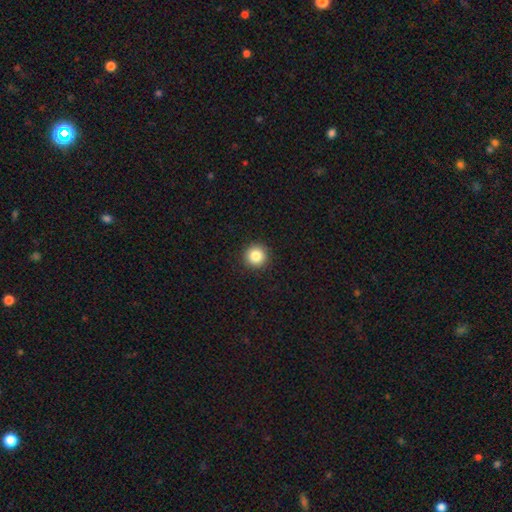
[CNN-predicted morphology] smooth 85%, star or artifact 10%, featured or disk 5%. Down the decision tree: how rounded — round (96%); merging — none (93%).